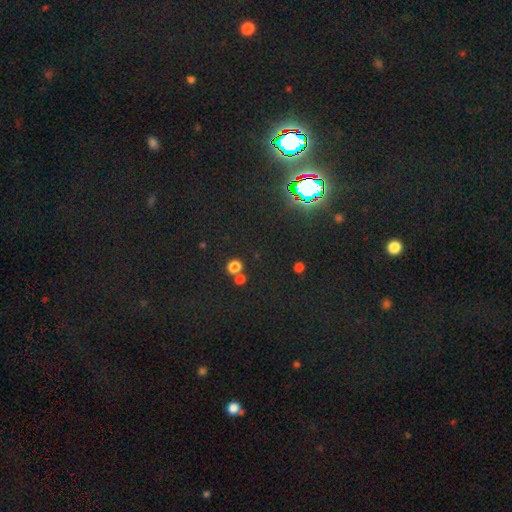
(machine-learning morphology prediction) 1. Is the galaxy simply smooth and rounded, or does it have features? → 77% star or artifact, 15% smooth, 8% featured or disk.